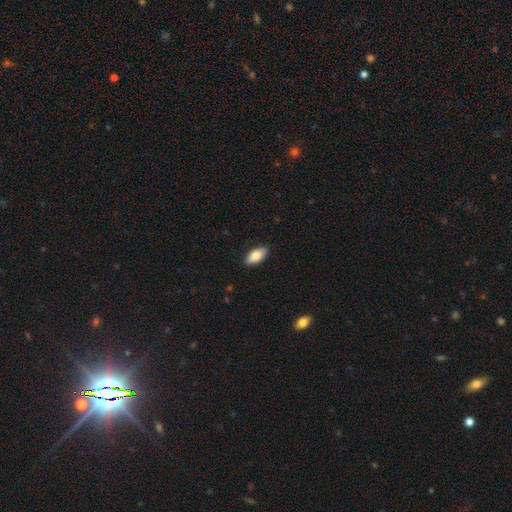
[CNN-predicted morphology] smooth-or-featured: smooth: 83% | featured or disk: 11% | star or artifact: 6%
  how-rounded: in between: 90% | cigar-shaped: 7% | round: 3%
  merging: none: 87% | minor disturbance: 10% | major disturbance: 2% | merger: 1%